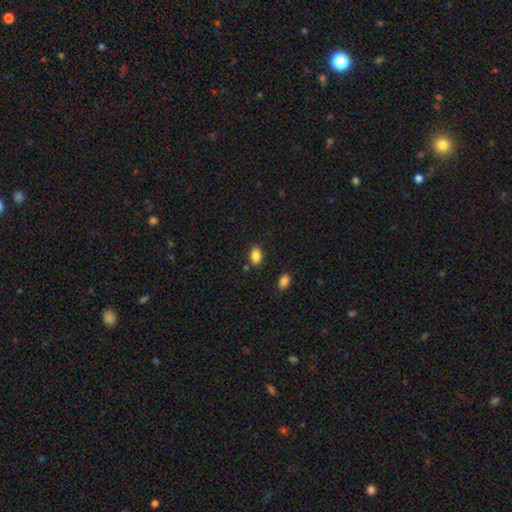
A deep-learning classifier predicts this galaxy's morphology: Overall: smooth (87%). How rounded: in between (85%). Merging: none (81%).